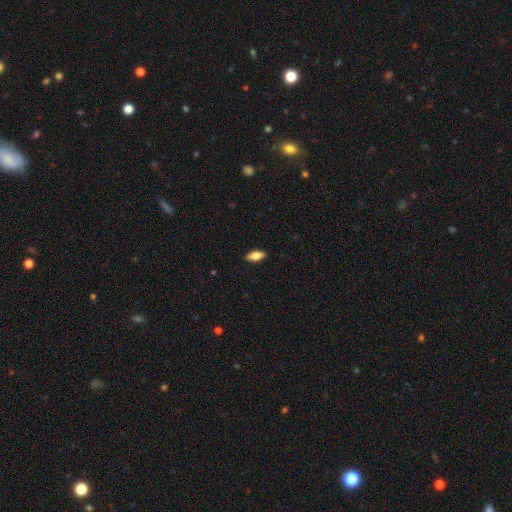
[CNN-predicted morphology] A smooth galaxy with no disk features (78%) that is in between round and cigar-shaped (81%).

Vote fractions:
- Smooth or featured? smooth: 78% / featured or disk: 16% / star or artifact: 7%
- How rounded? in between: 81% / cigar-shaped: 17% / round: 2%
- Merging? none: 89% / minor disturbance: 8% / major disturbance: 2% / merger: 1%